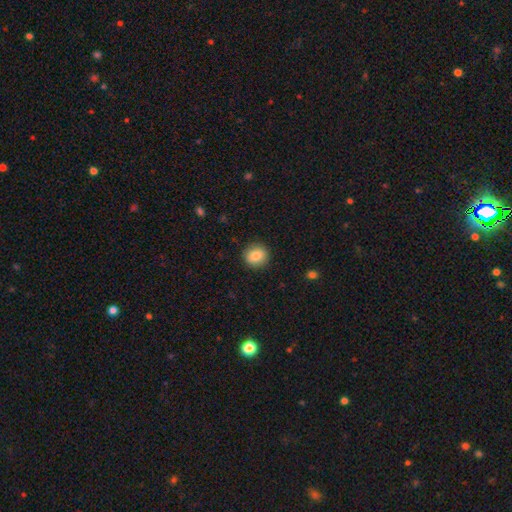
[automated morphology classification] Overall: smooth (83%). How rounded: round (85%). Merging: none (90%).